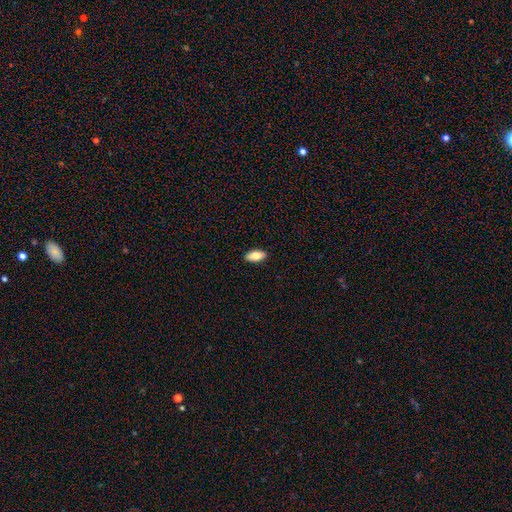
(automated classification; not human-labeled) This is likely a smooth galaxy (80%). How rounded: clearly in between (89%). Merging: clearly none (90%).